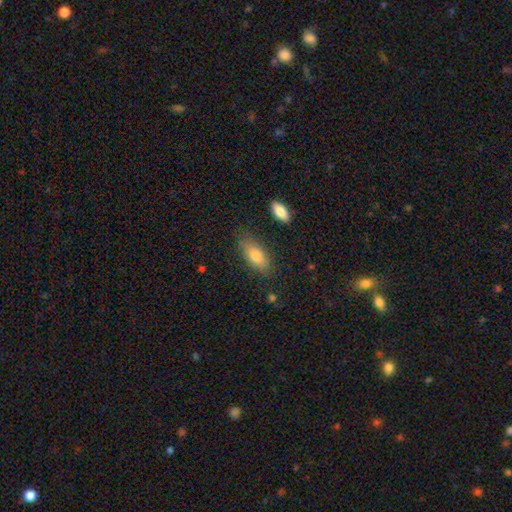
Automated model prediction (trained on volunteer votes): smooth 80%, featured or disk 13%, star or artifact 7%. Down the decision tree: how rounded — in between (84%); merging — none (78%).